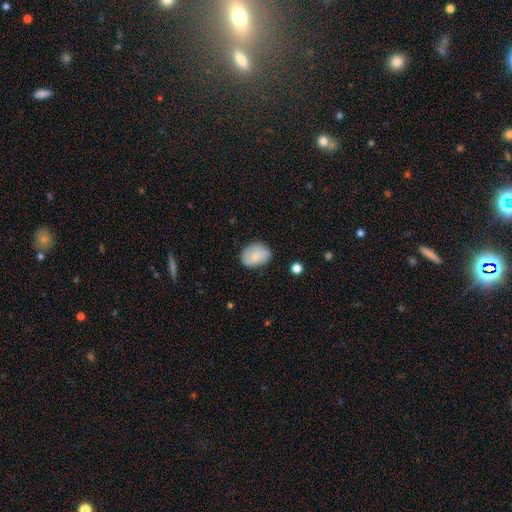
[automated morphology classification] Smooth or featured? Predicted: smooth (p=0.76). How rounded? Predicted: in between (p=0.62). Merging? Predicted: none (p=0.78).